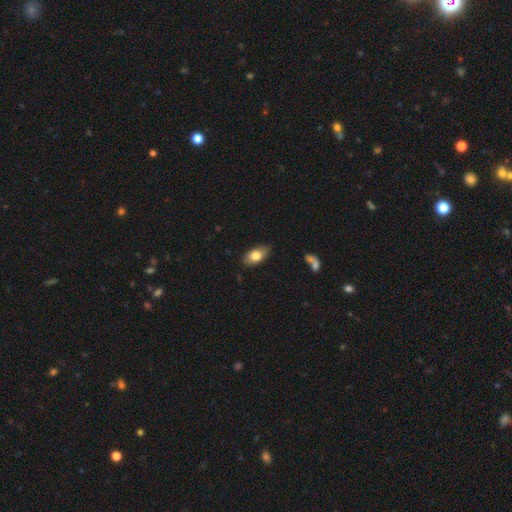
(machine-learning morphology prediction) Smooth or featured?
  - smooth: 76% *
  - featured or disk: 17%
  - star or artifact: 7%
How rounded?
  - in between: 91% *
  - round: 5%
  - cigar-shaped: 4%
Merging?
  - none: 82% *
  - minor disturbance: 14%
  - major disturbance: 2%
  - merger: 2%